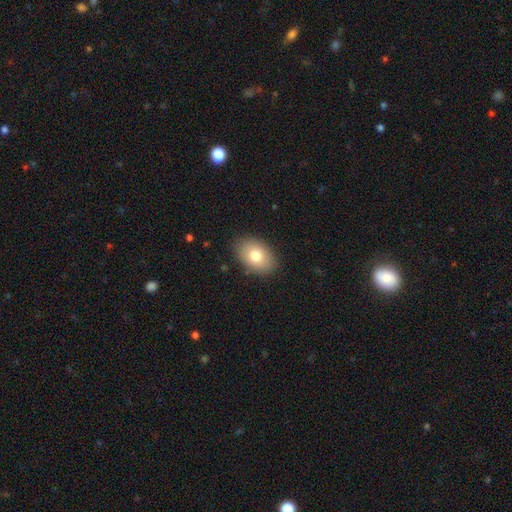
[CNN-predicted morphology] smooth 77%, featured or disk 15%, star or artifact 8%. Down the decision tree: how rounded — in between (85%); merging — none (86%).